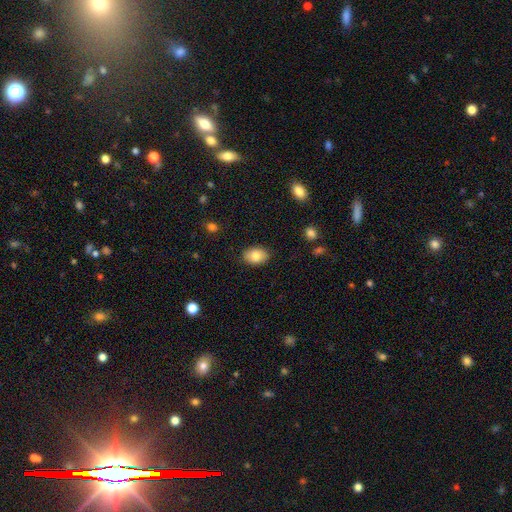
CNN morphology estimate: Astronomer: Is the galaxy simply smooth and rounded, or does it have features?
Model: smooth — 81%.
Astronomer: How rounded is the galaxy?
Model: in between — 83%.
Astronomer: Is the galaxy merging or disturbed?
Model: none — 87%.